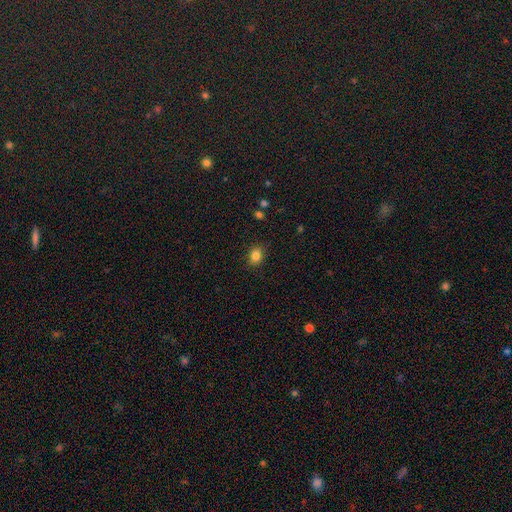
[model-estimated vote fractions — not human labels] This is clearly a smooth galaxy (84%). How rounded: likely in between (60%). Merging: clearly none (86%).